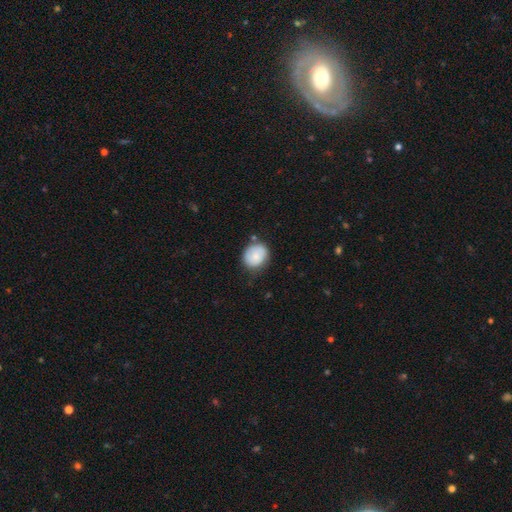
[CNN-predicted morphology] Smooth or featured: smooth — 80% (featured or disk — 13%)
How rounded: round — 69% (in between — 30%)
Merging: none — 70% (minor disturbance — 21%)